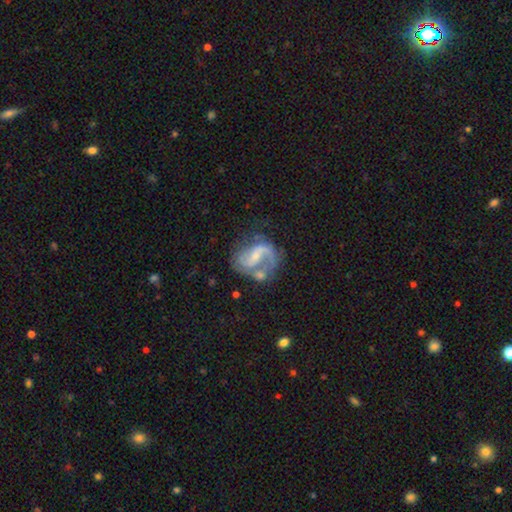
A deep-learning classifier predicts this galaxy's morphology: Overall: featured or disk (81%). Edge-on disk: no (98%). Bar: weak (47%; no 27%). Spiral arms: yes (91%). Spiral arm count: 2 (76%). Spiral winding: medium (46%; loose 38%). Bulge size: small (58%; moderate 27%). Merging: none (42%; major disturbance 21%).